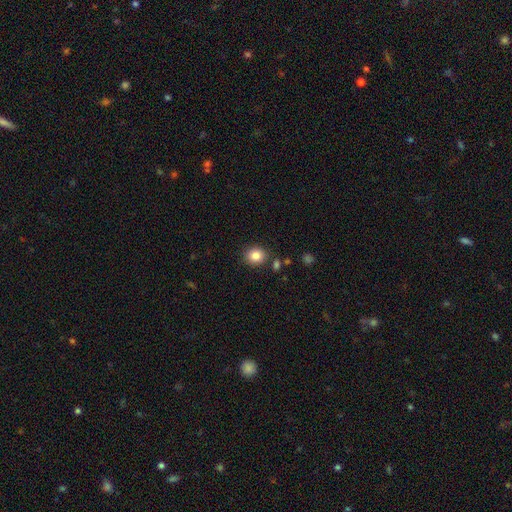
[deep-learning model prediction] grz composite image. It shows a smooth galaxy with no disk features (85%) that is round (75%). Merging: none (85%).